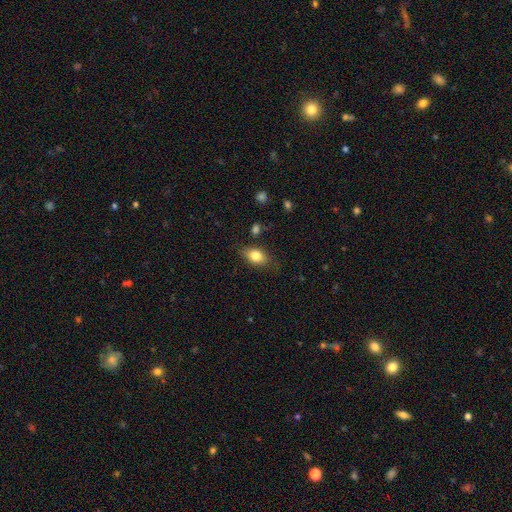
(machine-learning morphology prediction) This is clearly a smooth galaxy (80%). How rounded: clearly in between (82%). Merging: likely none (78%).